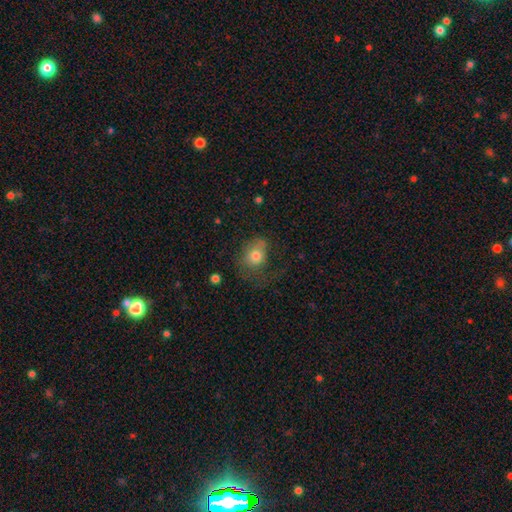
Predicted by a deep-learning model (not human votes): Morphology: type=smooth (70%); roundness=round (55%); merging=none (40%).